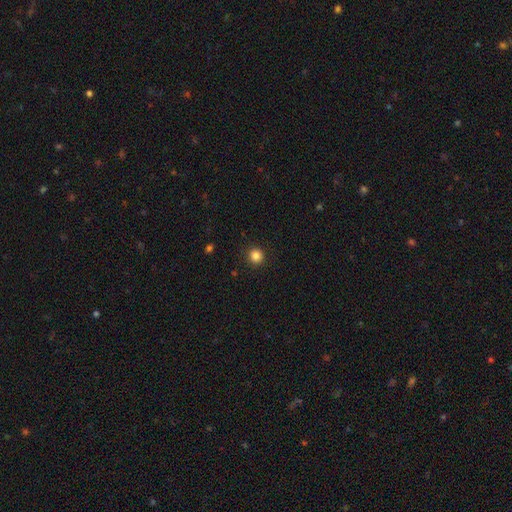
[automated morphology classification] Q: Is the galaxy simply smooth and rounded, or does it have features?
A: smooth — 84%.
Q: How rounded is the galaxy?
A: round — 94%.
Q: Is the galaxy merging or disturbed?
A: none — 92%.